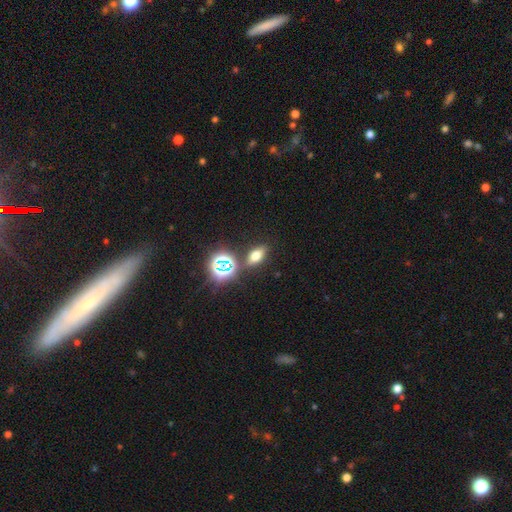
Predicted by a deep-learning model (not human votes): A smooth galaxy with no disk features (55%) that is in between round and cigar-shaped (72%). Merging: none (82%).